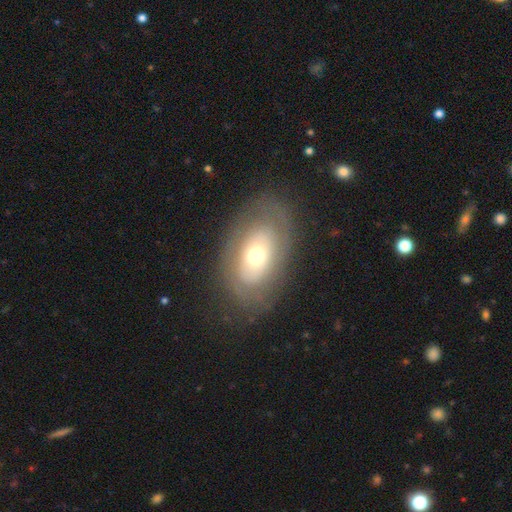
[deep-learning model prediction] smooth_or_featured: featured or disk (p=0.48) [alt: smooth p=0.44]
merging: none (p=0.77) [alt: minor disturbance p=0.14]